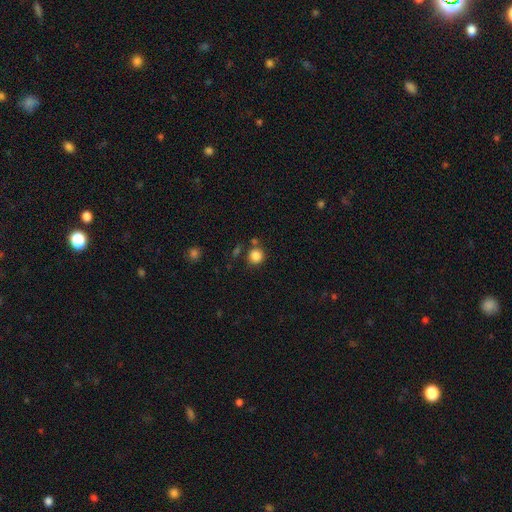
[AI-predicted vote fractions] Smooth or featured? Predicted: smooth (p=0.85). How rounded? Predicted: round (p=0.90). Merging? Predicted: none (p=0.76).